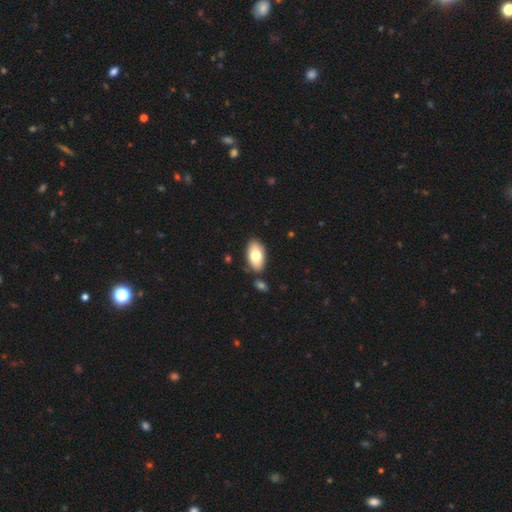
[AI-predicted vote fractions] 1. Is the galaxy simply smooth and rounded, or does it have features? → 77% smooth, 17% featured or disk, 7% star or artifact.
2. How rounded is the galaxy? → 94% in between, 4% round, 2% cigar-shaped.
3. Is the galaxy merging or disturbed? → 81% none, 10% minor disturbance, 6% merger, 2% major disturbance.